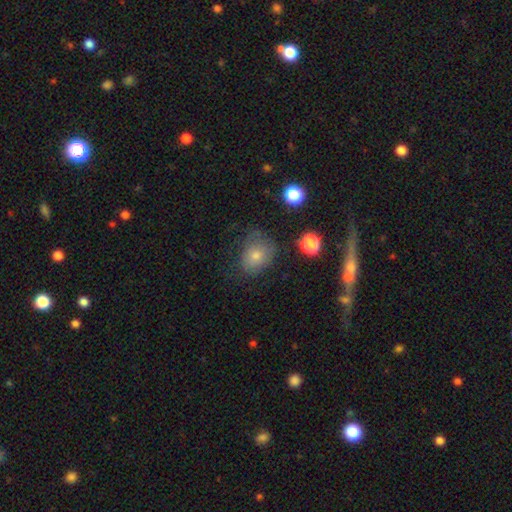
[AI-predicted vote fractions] Q: Smooth or featured?
A: smooth (68%); runner-up: featured or disk (18%)
Q: How rounded?
A: round (52%); runner-up: in between (46%)
Q: Merging?
A: none (63%); runner-up: minor disturbance (24%)